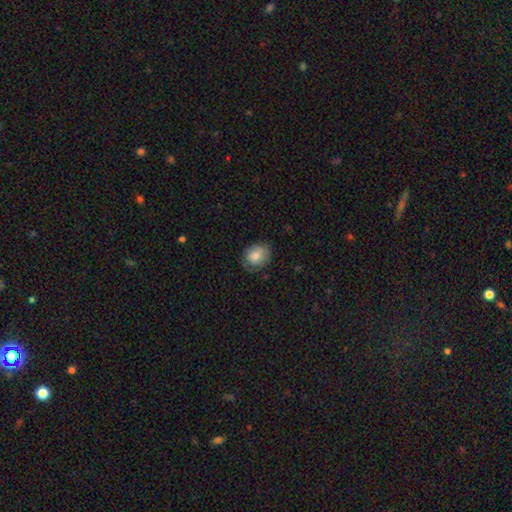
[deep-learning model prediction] smooth_or_featured: smooth (p=0.77) [alt: featured or disk p=0.15]
how_rounded: round (p=0.58) [alt: in between p=0.41]
merging: none (p=0.68) [alt: minor disturbance p=0.24]